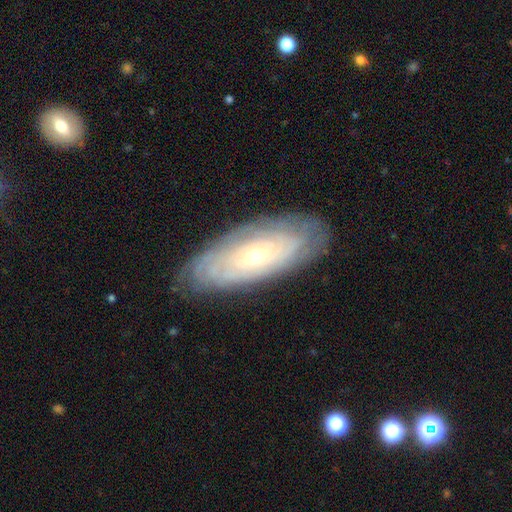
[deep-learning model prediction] featured or disk 74%, smooth 19%, star or artifact 7%. Down the decision tree: edge-on disk — no (86%); bar — no (82%); spiral arms — yes (82%); spiral arm count — can't tell (67%); spiral winding — tight (84%); bulge size — small (65%); merging — none (82%).